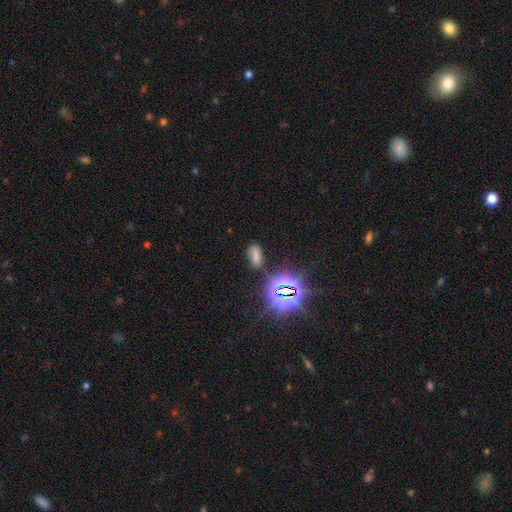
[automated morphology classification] This is possibly a smooth galaxy (57%). How rounded: clearly in between (82%). Merging: likely none (71%).